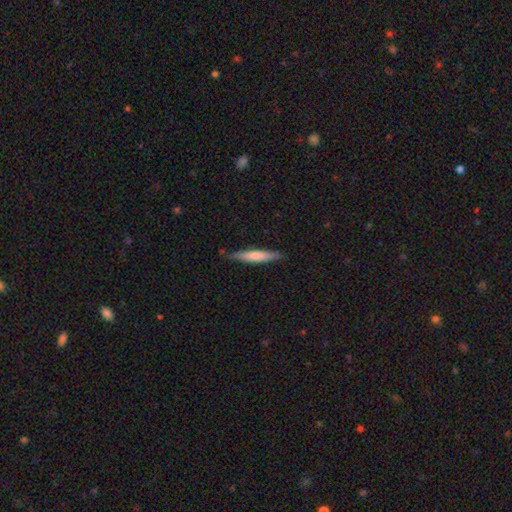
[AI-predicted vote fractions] smooth-or-featured: smooth: 62% | featured or disk: 33% | star or artifact: 5%
  how-rounded: cigar-shaped: 91% | in between: 7% | round: 1%
  merging: none: 84% | minor disturbance: 12% | major disturbance: 2% | merger: 1%